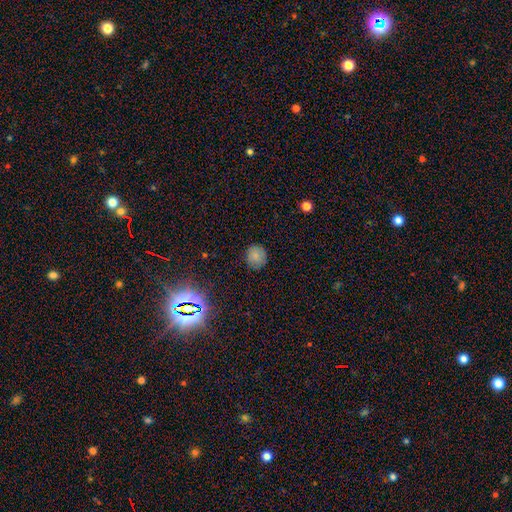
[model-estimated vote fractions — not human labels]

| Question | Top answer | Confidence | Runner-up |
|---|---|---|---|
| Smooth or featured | smooth | 80% | star or artifact (13%) |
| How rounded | round | 85% | in between (14%) |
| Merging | none | 87% | minor disturbance (10%) |